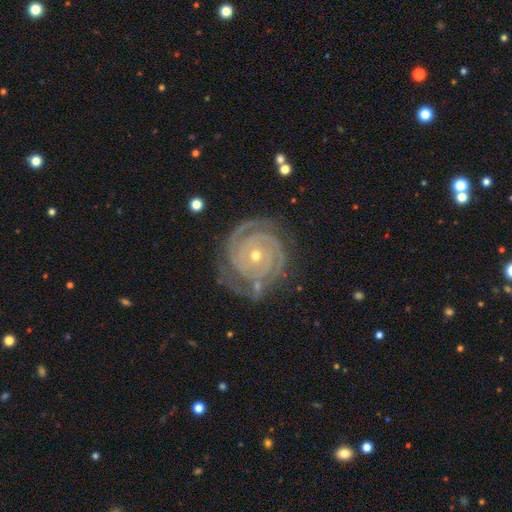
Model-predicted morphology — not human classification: type=featured or disk (91%); edge-on=no (97%); bar=no (74%); spiral arms=yes (98%); winding=tight (86%); arm count=2 (48%); bulge=small (61%); merging=none (74%).